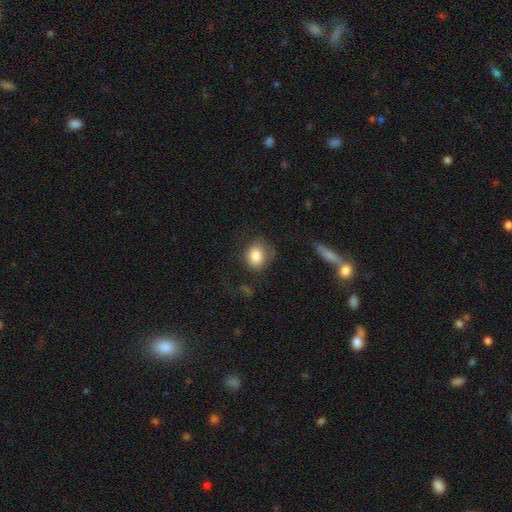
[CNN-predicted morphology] Q: Smooth or featured?
A: smooth (85%); runner-up: star or artifact (8%)
Q: How rounded?
A: round (57%); runner-up: in between (41%)
Q: Merging?
A: none (64%); runner-up: minor disturbance (22%)